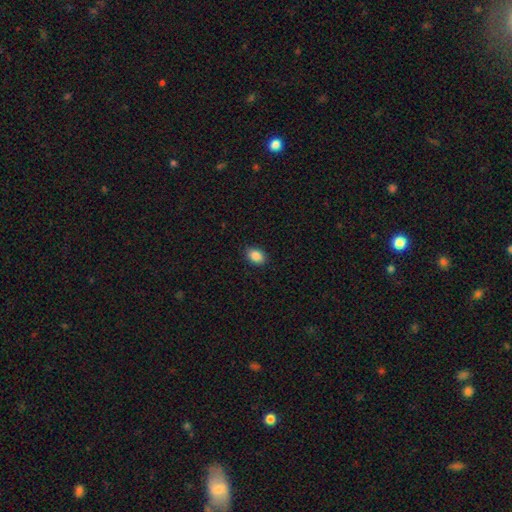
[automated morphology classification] The model was most divided on "how rounded": in between: 76%, round: 23%, cigar-shaped: 1%. More confident: smooth or featured — smooth (89%); merging — none (88%).